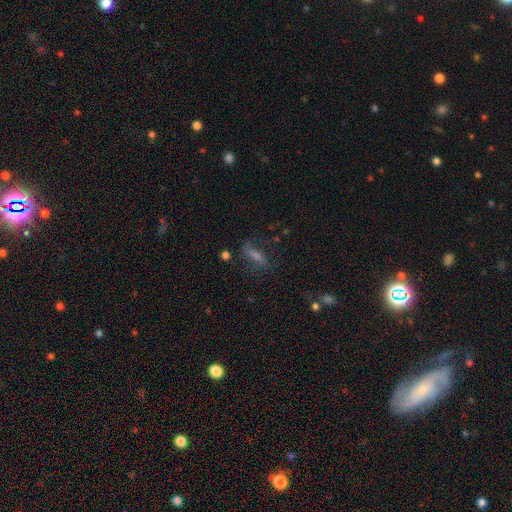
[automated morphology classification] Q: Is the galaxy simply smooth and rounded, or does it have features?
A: smooth — 40%.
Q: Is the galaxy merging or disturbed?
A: none — 64%.